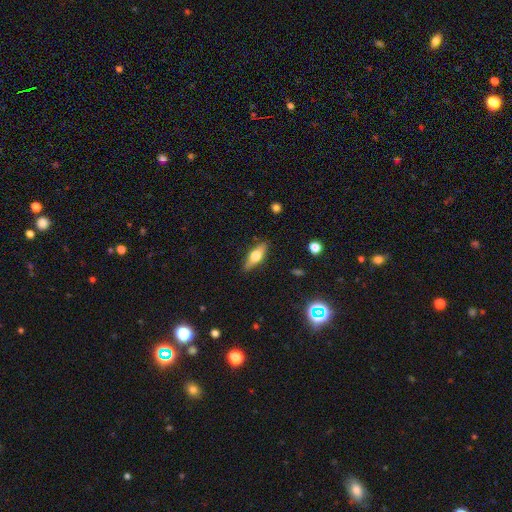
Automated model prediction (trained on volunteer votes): The model was most divided on "smooth or featured": smooth: 48%, featured or disk: 45%, star or artifact: 7%. More confident: merging — none (86%).